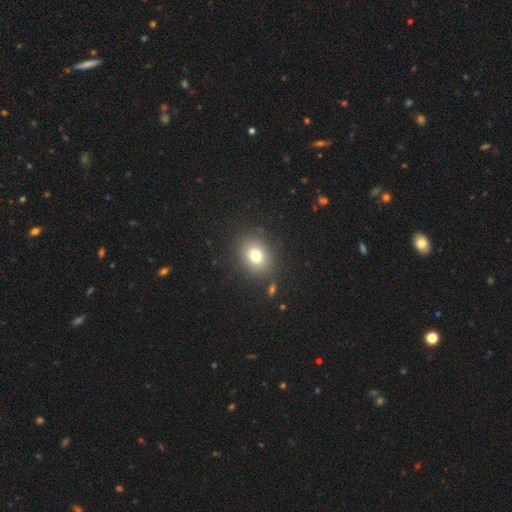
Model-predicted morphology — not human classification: smooth-or-featured: smooth: 77% | star or artifact: 12% | featured or disk: 11%
  how-rounded: in between: 50% | round: 49% | cigar-shaped: 1%
  merging: none: 84% | minor disturbance: 9% | major disturbance: 4% | merger: 3%